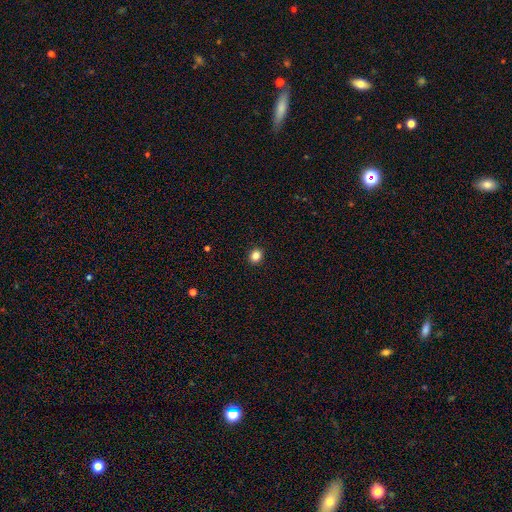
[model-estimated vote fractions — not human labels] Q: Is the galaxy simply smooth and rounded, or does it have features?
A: smooth — 84%.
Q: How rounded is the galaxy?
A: round — 73%.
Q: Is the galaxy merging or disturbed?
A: none — 92%.